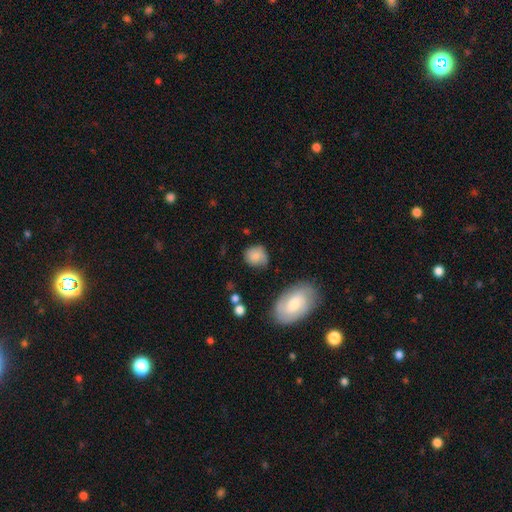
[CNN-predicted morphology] This appears to be a smooth galaxy with no disk features (75%) that is round (71%). Merging: none (63%).